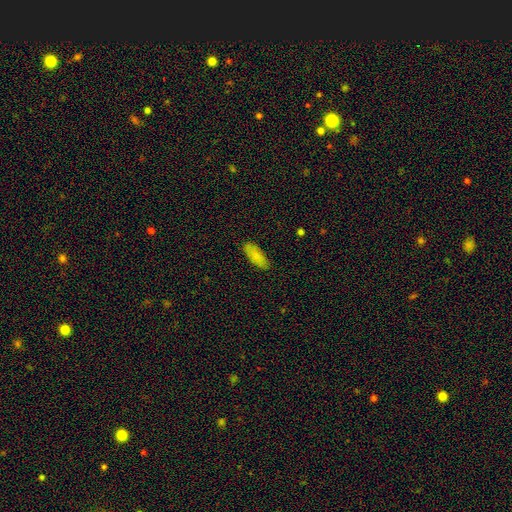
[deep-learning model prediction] This appears to be a smooth galaxy with no disk features (86%) that is in between round and cigar-shaped (71%). Merging: none (86%).